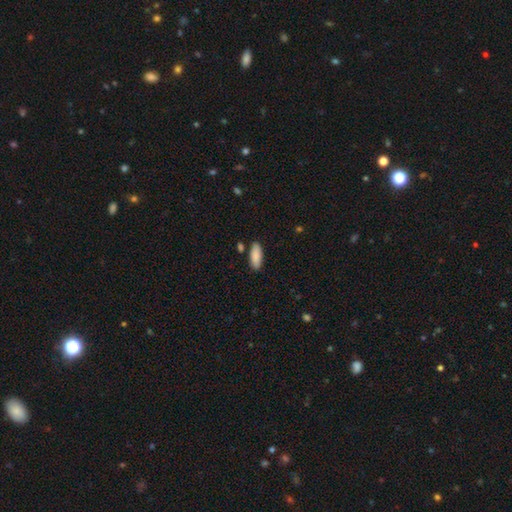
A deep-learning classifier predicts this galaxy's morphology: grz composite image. It shows a smooth galaxy with no disk features (88%) that is in between round and cigar-shaped (71%). Merging: none (84%).